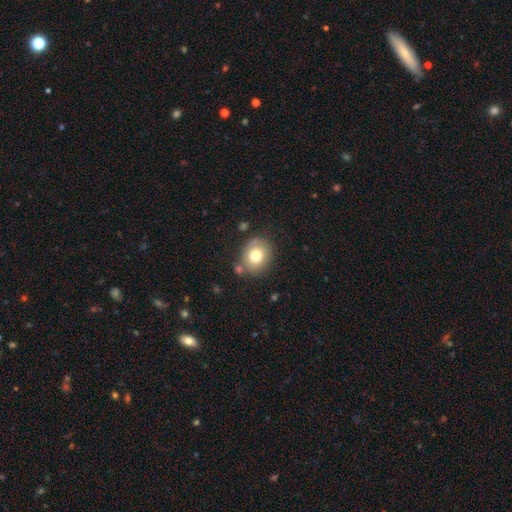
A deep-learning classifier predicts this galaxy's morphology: A smooth galaxy with no disk features (75%) that is round (70%). Merging: none (74%).